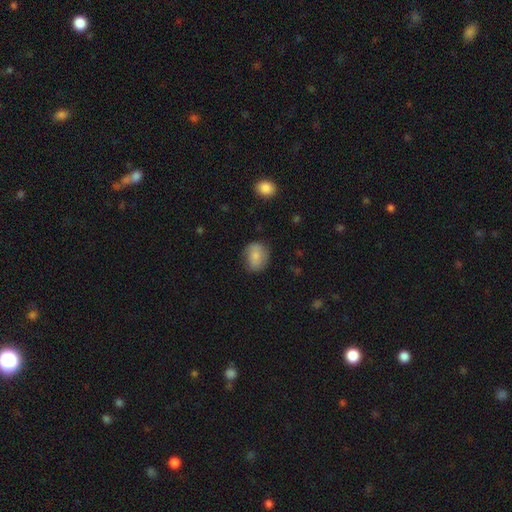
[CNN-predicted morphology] A smooth galaxy with no disk features (77%) that is round (57%).

Vote fractions:
- Smooth or featured? smooth: 77% / featured or disk: 16% / star or artifact: 8%
- How rounded? round: 57% / in between: 42% / cigar-shaped: 1%
- Merging? none: 71% / minor disturbance: 22% / major disturbance: 6% / merger: 1%